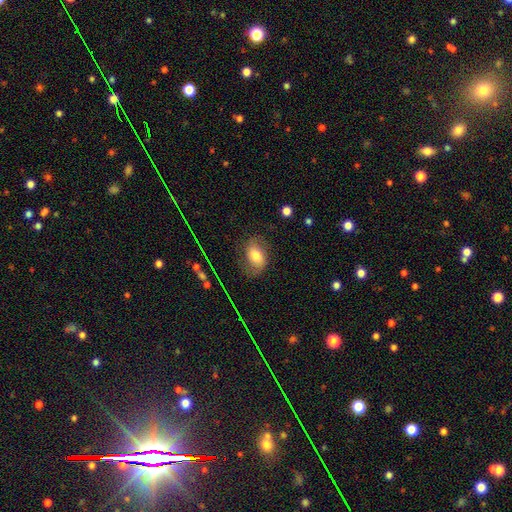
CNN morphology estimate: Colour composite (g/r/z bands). It shows a smooth galaxy with no disk features (60%) that is in between round and cigar-shaped (75%). Merging: none (70%).